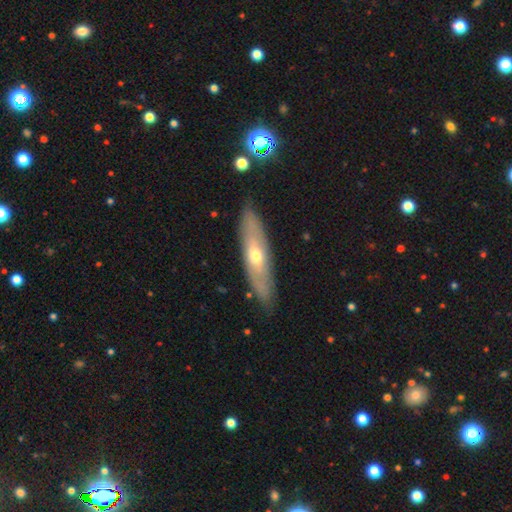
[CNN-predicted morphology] type=featured or disk (56%); edge-on=no (55%); merging=none (84%).